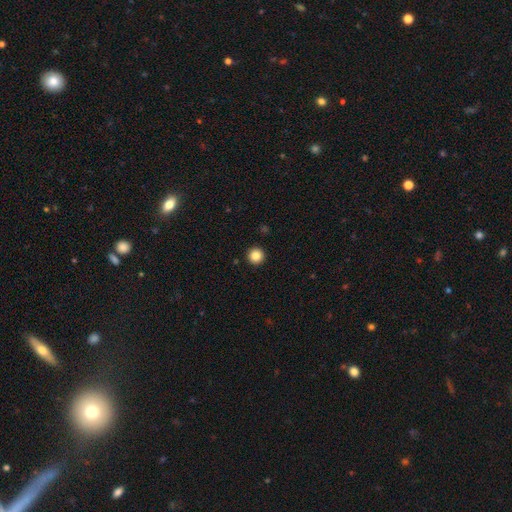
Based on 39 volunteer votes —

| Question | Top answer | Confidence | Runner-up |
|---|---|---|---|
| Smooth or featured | smooth | 87% | featured or disk (8%) |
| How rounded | round | 100% | — |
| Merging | none | 89% | major disturbance (5%) |